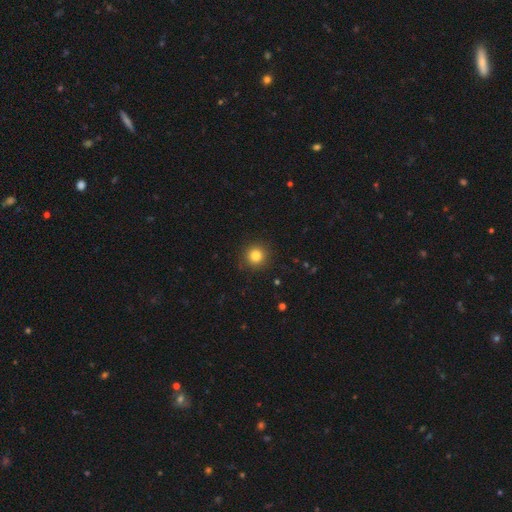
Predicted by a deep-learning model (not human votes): This is clearly a smooth galaxy (83%). How rounded: clearly round (94%). Merging: clearly none (90%).